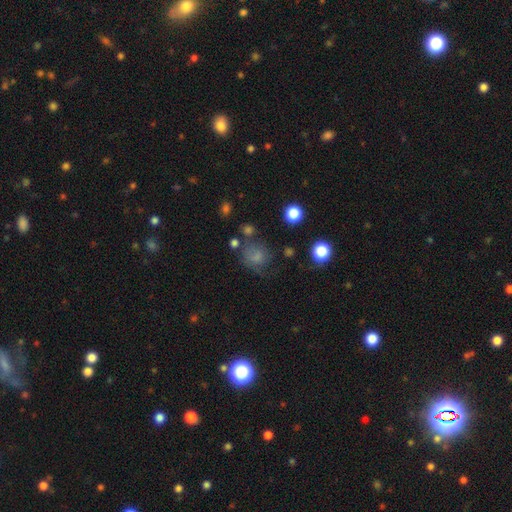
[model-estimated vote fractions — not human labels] Q: Smooth or featured?
A: smooth (69%); runner-up: star or artifact (17%)
Q: How rounded?
A: round (74%); runner-up: in between (25%)
Q: Merging?
A: none (55%); runner-up: minor disturbance (23%)